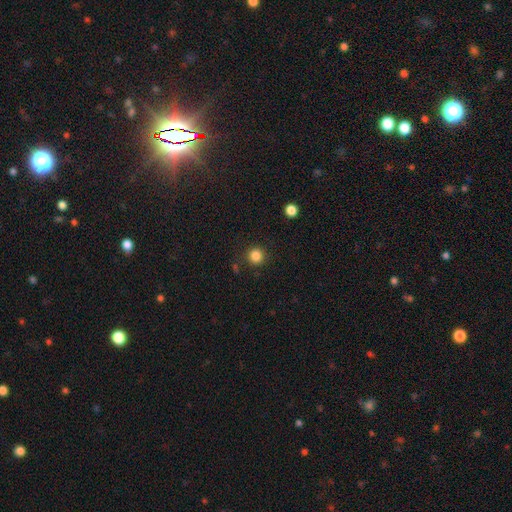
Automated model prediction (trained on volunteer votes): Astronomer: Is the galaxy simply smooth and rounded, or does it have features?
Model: smooth — 84%.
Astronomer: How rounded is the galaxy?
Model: round — 94%.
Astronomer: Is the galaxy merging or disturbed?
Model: none — 89%.